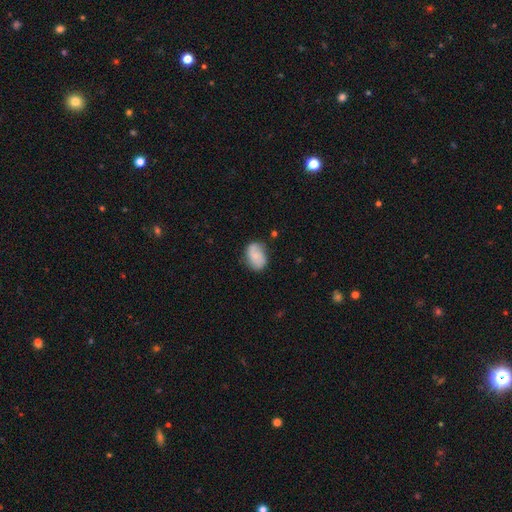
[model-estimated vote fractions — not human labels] This is likely a smooth galaxy (69%). How rounded: clearly in between (82%). Merging: likely none (69%).